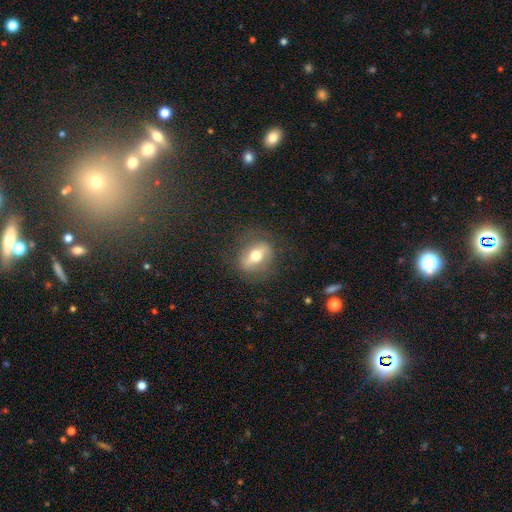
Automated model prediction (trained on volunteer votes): Smooth or featured? featured or disk (51%)
Edge-on disk? no (69%)
Merging? none (79%)